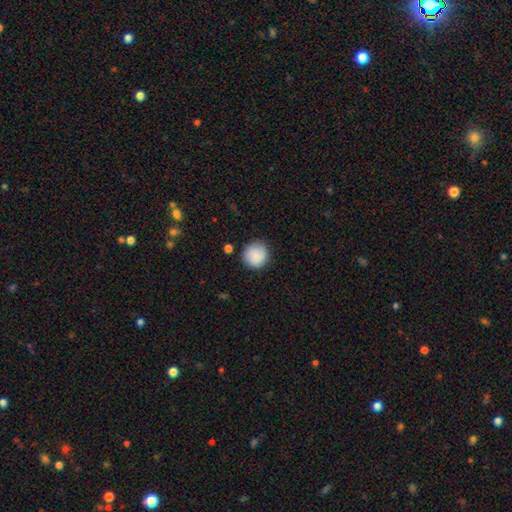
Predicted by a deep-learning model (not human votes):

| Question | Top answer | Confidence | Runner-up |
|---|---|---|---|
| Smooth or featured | smooth | 87% | star or artifact (7%) |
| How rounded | round | 93% | in between (6%) |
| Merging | none | 85% | minor disturbance (11%) |